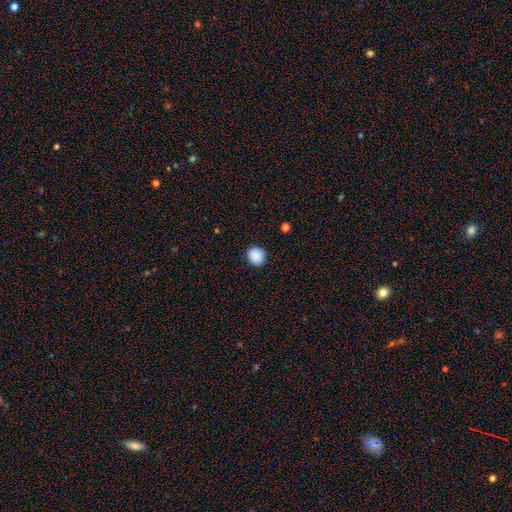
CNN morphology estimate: smooth-or-featured: smooth: 89% | star or artifact: 9% | featured or disk: 3%
  how-rounded: round: 86% | in between: 13% | cigar-shaped: 1%
  merging: none: 90% | minor disturbance: 7% | major disturbance: 2% | merger: 1%